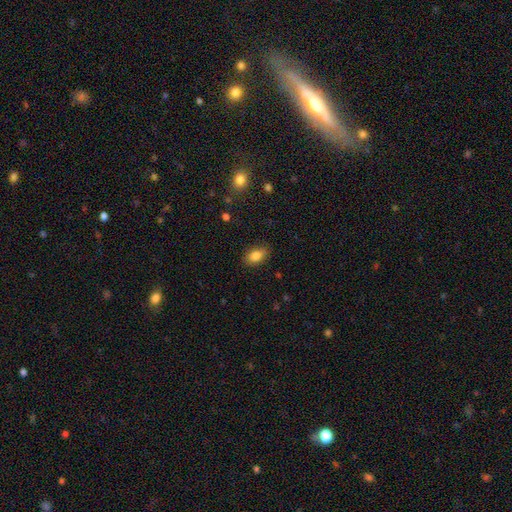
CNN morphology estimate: Overall: smooth (83%). How rounded: in between (86%). Merging: none (83%).